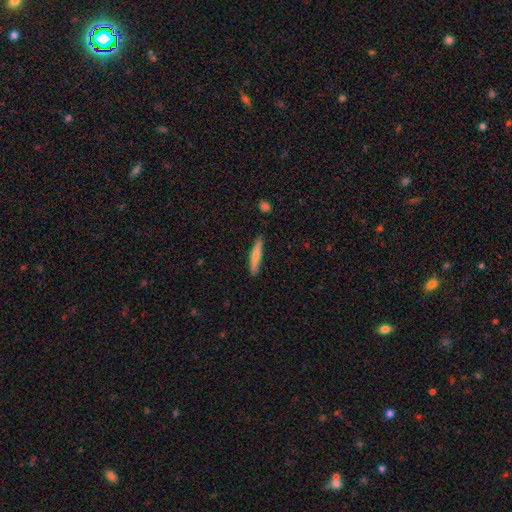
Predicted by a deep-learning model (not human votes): The model was most divided on "smooth or featured": smooth: 69%, featured or disk: 25%, star or artifact: 6%. More confident: how rounded — cigar-shaped (90%); merging — none (87%).